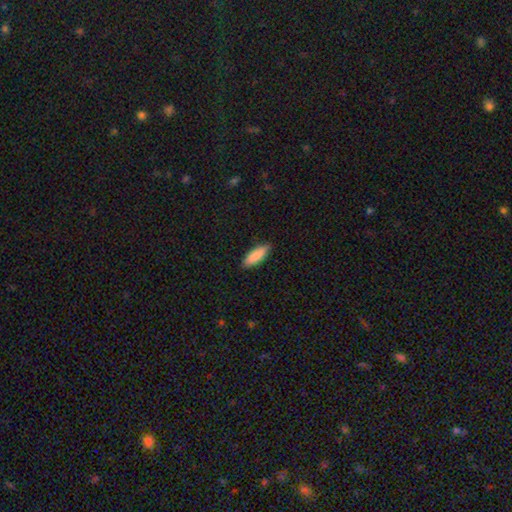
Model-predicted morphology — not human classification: Q: Smooth or featured?
A: smooth (88%); runner-up: featured or disk (7%)
Q: How rounded?
A: in between (58%); runner-up: cigar-shaped (41%)
Q: Merging?
A: none (87%); runner-up: minor disturbance (10%)